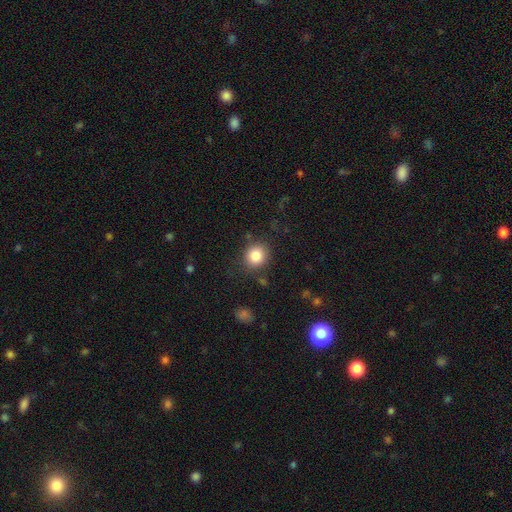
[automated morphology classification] The model was most divided on "how rounded": round: 82%, in between: 17%, cigar-shaped: 1%. More confident: merging — none (84%); smooth or featured — smooth (83%).